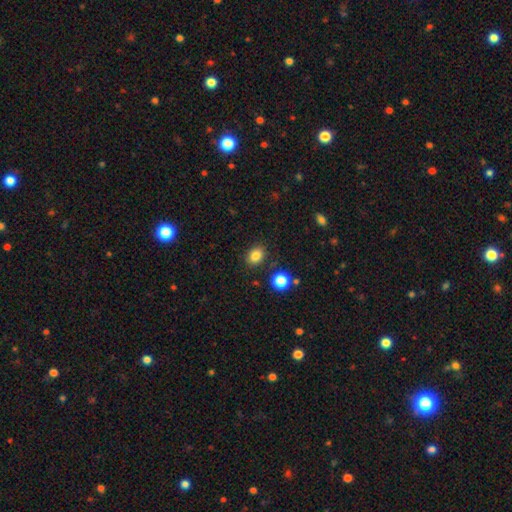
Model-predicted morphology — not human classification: A smooth galaxy with no disk features (83%) that is in between round and cigar-shaped (57%).

Vote fractions:
- Smooth or featured? smooth: 83% / star or artifact: 11% / featured or disk: 5%
- How rounded? in between: 57% / round: 42% / cigar-shaped: 1%
- Merging? none: 85% / minor disturbance: 10% / merger: 3% / major disturbance: 3%